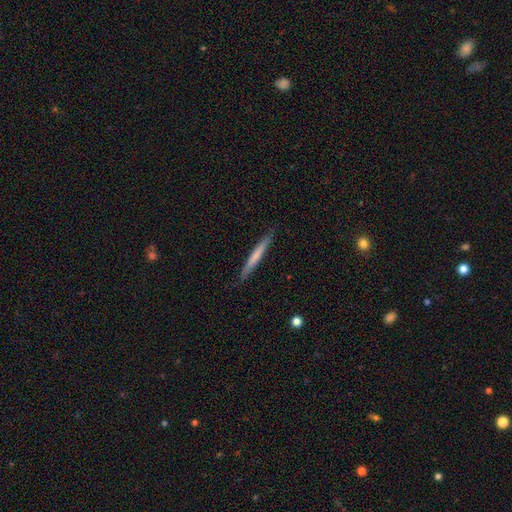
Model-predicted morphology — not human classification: Smooth or featured: smooth — 60% (featured or disk — 34%)
How rounded: cigar-shaped — 97% (in between — 2%)
Merging: none — 89% (minor disturbance — 8%)